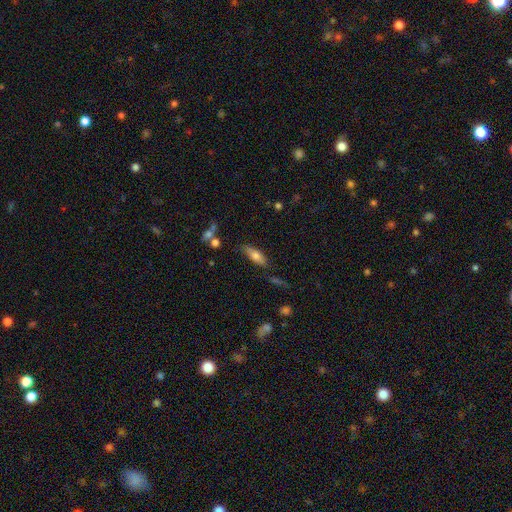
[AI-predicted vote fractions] Smooth or featured? smooth (70%)
How rounded? in between (61%)
Merging? none (73%)